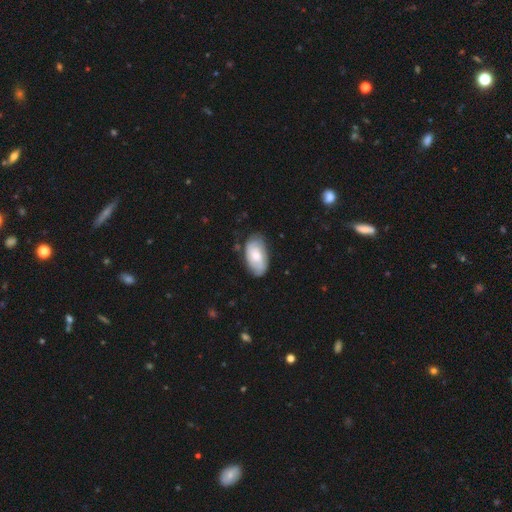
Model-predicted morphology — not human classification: Smooth or featured?
  - smooth: 53% *
  - featured or disk: 41%
  - star or artifact: 6%
How rounded?
  - in between: 93% *
  - round: 4%
  - cigar-shaped: 2%
Merging?
  - none: 71% *
  - minor disturbance: 23%
  - major disturbance: 5%
  - merger: 2%